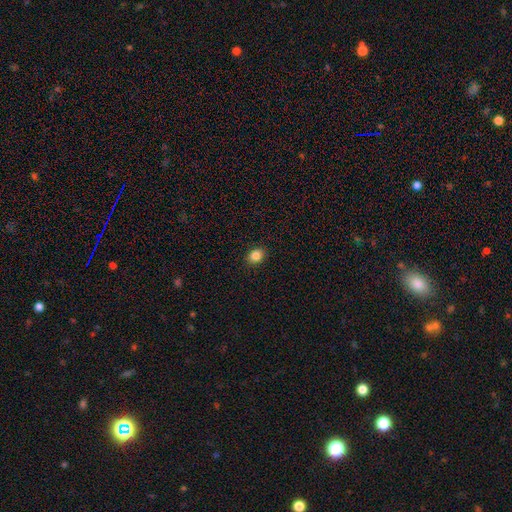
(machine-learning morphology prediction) type=smooth (85%); roundness=round (52%); merging=none (91%).